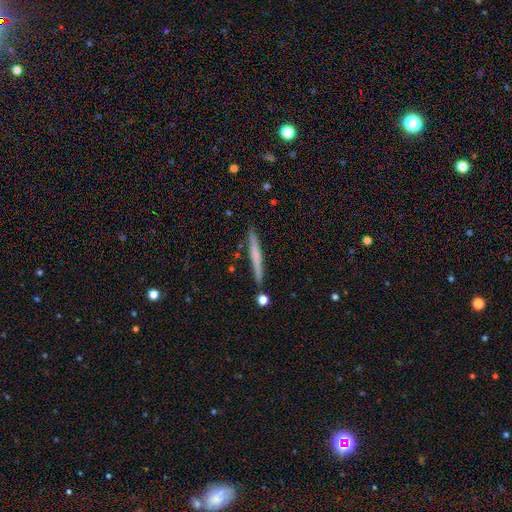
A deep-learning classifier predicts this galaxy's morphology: This is possibly a smooth galaxy (54%). How rounded: clearly cigar-shaped (97%). Merging: clearly none (88%).